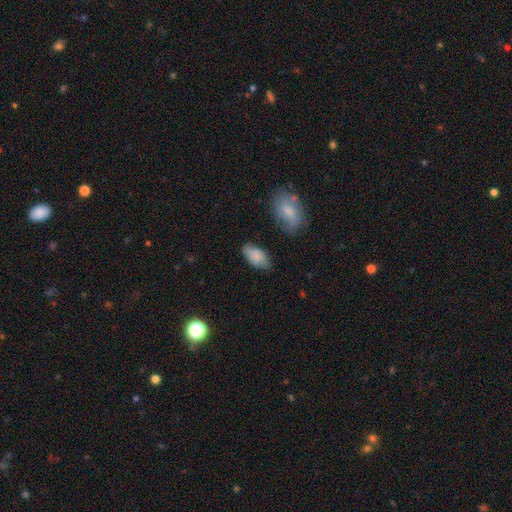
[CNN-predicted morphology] This is clearly a smooth galaxy (82%). How rounded: clearly in between (94%). Merging: likely none (65%).